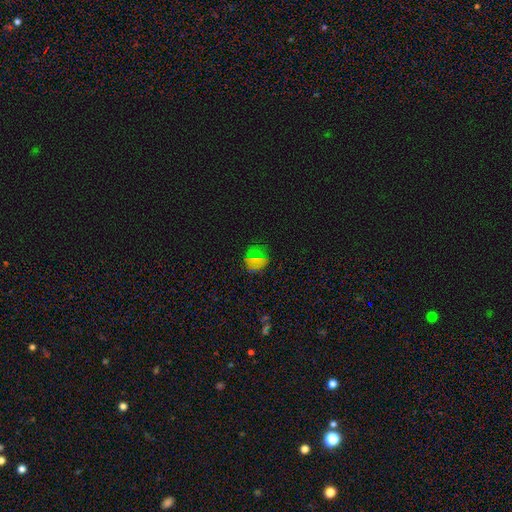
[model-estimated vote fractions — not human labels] Smooth or featured? Predicted: smooth (p=0.54). How rounded? Predicted: round (p=0.79). Merging? Predicted: none (p=0.81).